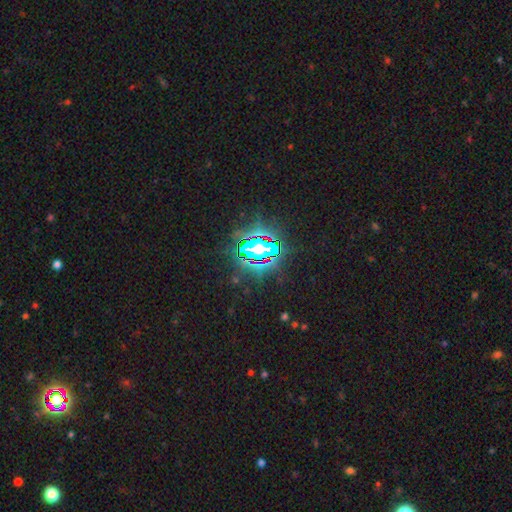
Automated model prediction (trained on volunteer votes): Smooth or featured?
  - star or artifact: 82% *
  - smooth: 10%
  - featured or disk: 8%